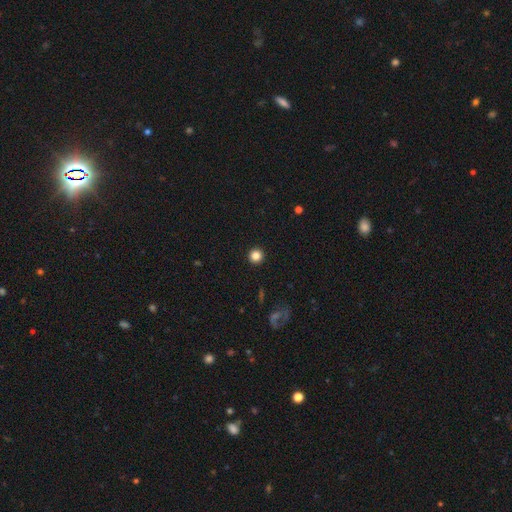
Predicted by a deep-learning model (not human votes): Morphology: type=smooth (84%); roundness=round (96%); merging=none (93%).